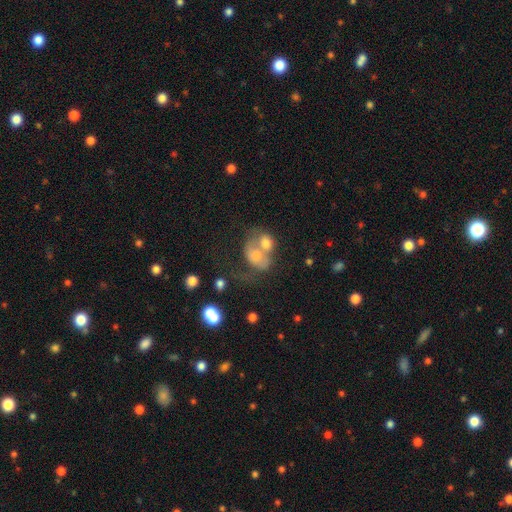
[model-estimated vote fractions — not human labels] smooth_or_featured: smooth (p=0.57) [alt: featured or disk p=0.32]
how_rounded: in between (p=0.64) [alt: round p=0.35]
merging: merger (p=0.66) [alt: major disturbance p=0.13]